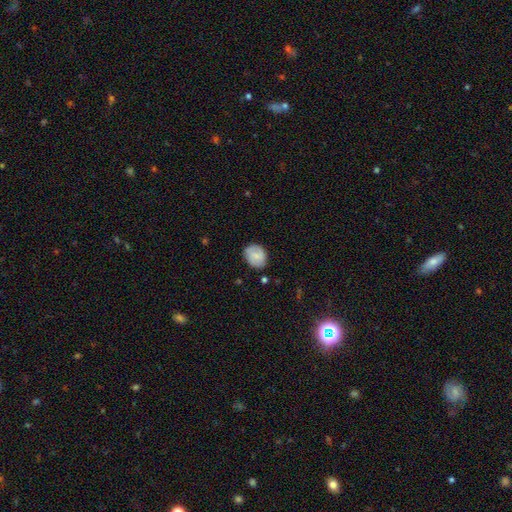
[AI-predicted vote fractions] A smooth galaxy with no disk features (72%) that is in between round and cigar-shaped (50%).

Vote fractions:
- Smooth or featured? smooth: 72% / featured or disk: 21% / star or artifact: 8%
- How rounded? in between: 50% / round: 49% / cigar-shaped: 1%
- Merging? none: 76% / minor disturbance: 18% / major disturbance: 4% / merger: 2%